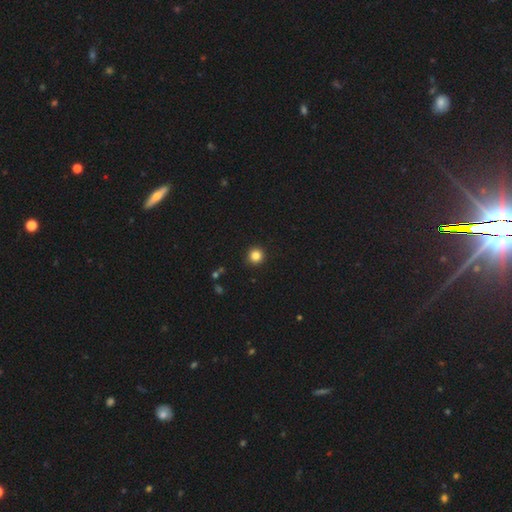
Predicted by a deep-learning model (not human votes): Overall: smooth (84%). How rounded: round (95%). Merging: none (93%).